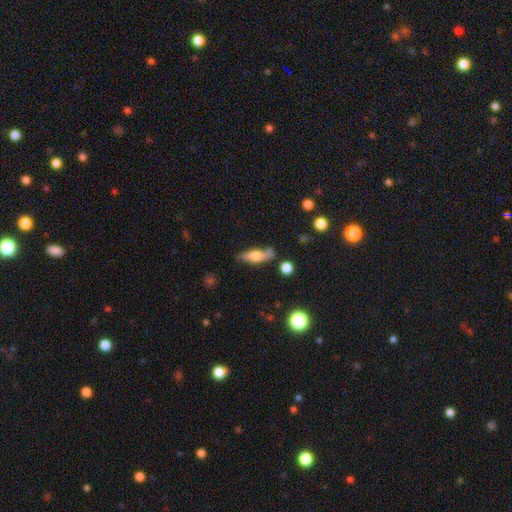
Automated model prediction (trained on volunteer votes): Overall: smooth (59%; featured or disk 34%). How rounded: in between (51%; cigar-shaped 46%). Merging: none (61%; minor disturbance 24%).